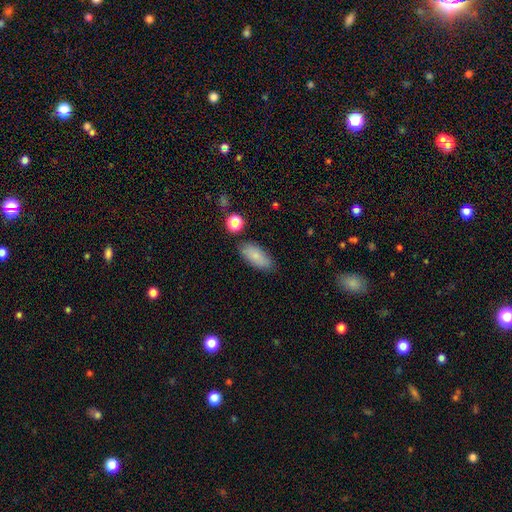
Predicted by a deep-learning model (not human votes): smooth 82%, featured or disk 10%, star or artifact 8%. Down the decision tree: how rounded — in between (85%); merging — none (82%).